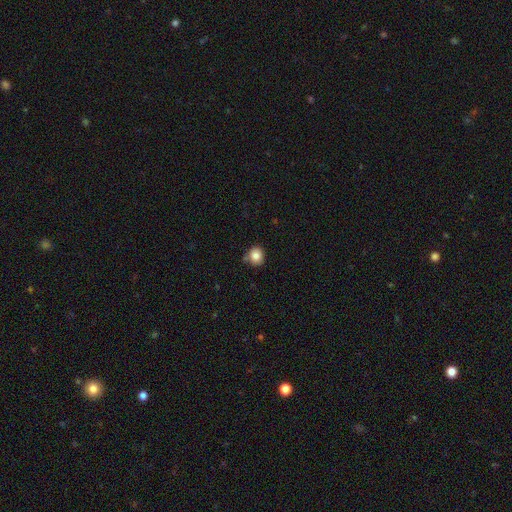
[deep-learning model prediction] Morphology: type=smooth (84%); roundness=round (79%); merging=none (75%).